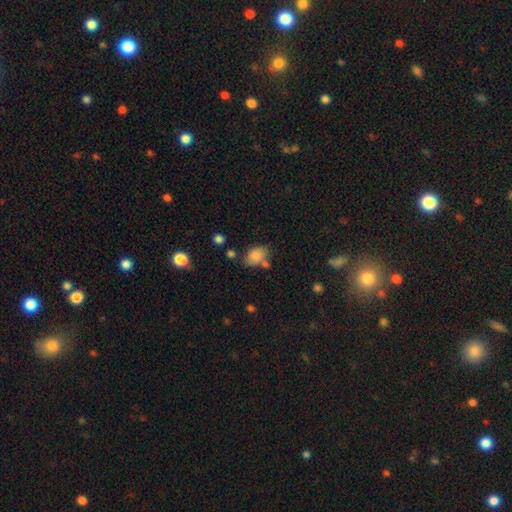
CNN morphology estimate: Smooth or featured? Predicted: smooth (p=0.85). How rounded? Predicted: in between (p=0.84). Merging? Predicted: none (p=0.62).